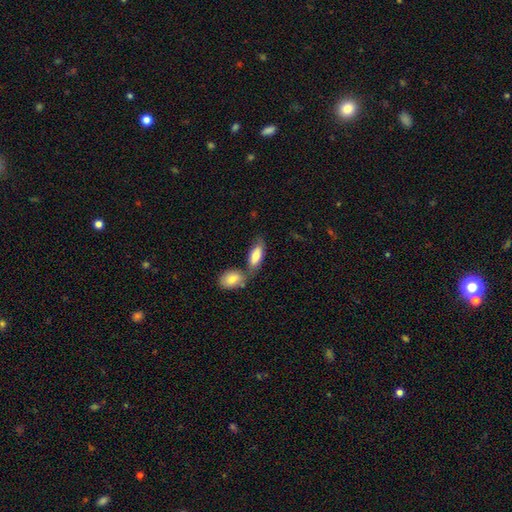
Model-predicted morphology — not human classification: Smooth or featured: smooth — 79% (featured or disk — 15%)
How rounded: in between — 79% (cigar-shaped — 19%)
Merging: none — 47% (merger — 35%)